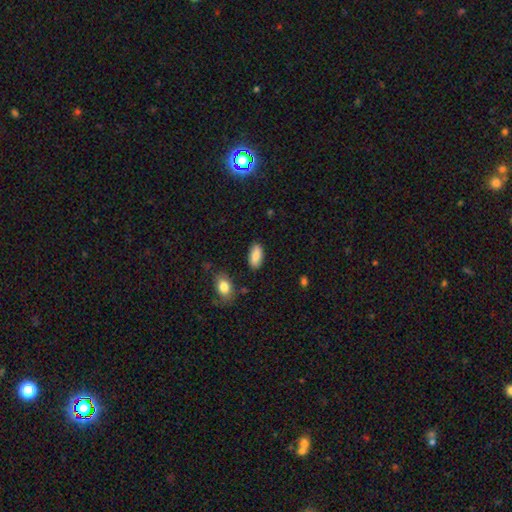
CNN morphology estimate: The model was most divided on "merging": none: 86%, minor disturbance: 10%, major disturbance: 2%, merger: 2%. More confident: how rounded — in between (90%); smooth or featured — smooth (86%).